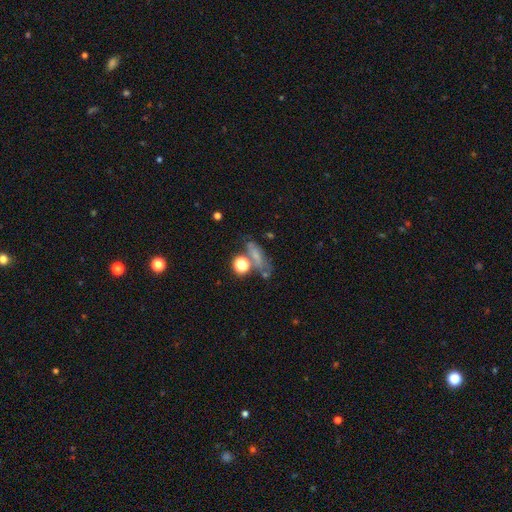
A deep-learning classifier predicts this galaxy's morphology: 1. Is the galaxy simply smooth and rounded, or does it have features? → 54% smooth, 24% featured or disk, 23% star or artifact.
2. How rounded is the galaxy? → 49% in between, 26% round, 25% cigar-shaped.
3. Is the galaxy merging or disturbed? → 44% none, 19% minor disturbance, 18% merger, 18% major disturbance.